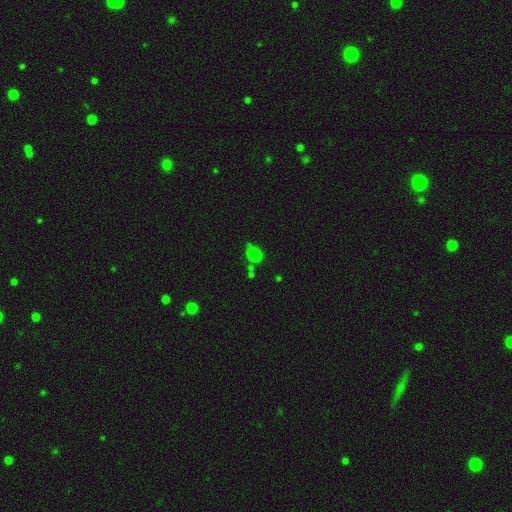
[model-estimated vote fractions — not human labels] smooth 74%, star or artifact 17%, featured or disk 9%. Down the decision tree: how rounded — in between (72%); merging — none (54%).